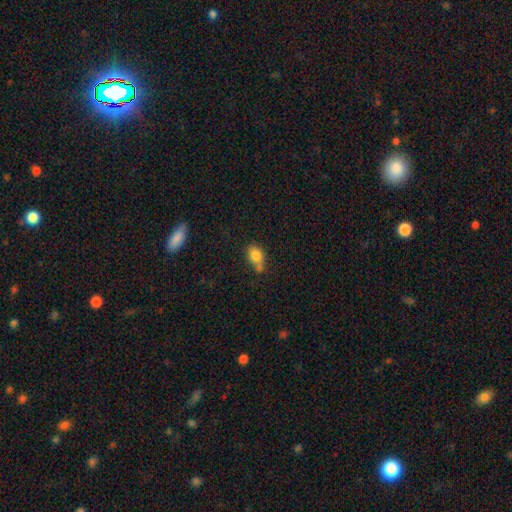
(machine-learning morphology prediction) Smooth or featured: smooth — 82% (star or artifact — 9%)
How rounded: in between — 59% (round — 39%)
Merging: none — 47% (merger — 25%)